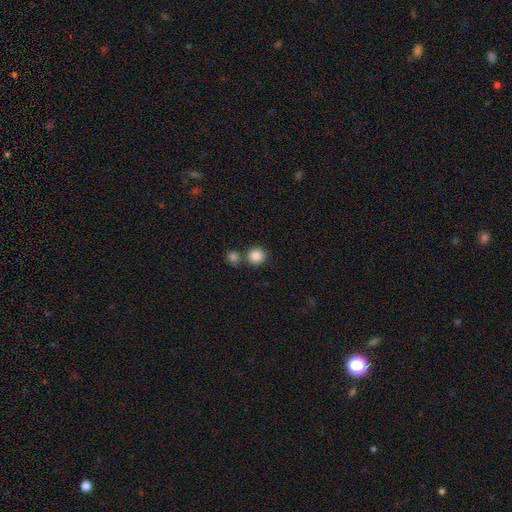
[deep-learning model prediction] Overall: smooth (86%). How rounded: round (92%). Merging: none (67%).